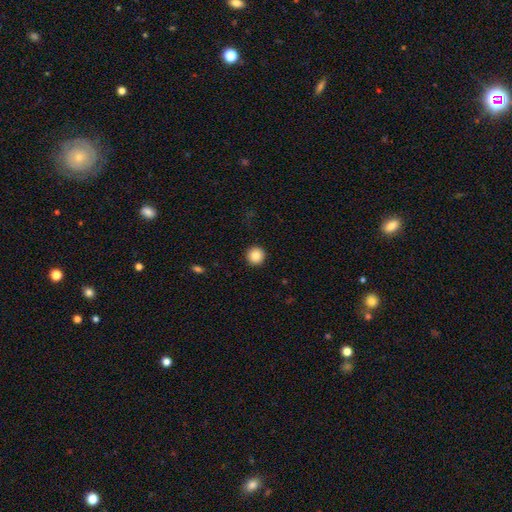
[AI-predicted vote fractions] Morphology: type=smooth (87%); roundness=round (96%); merging=none (93%).